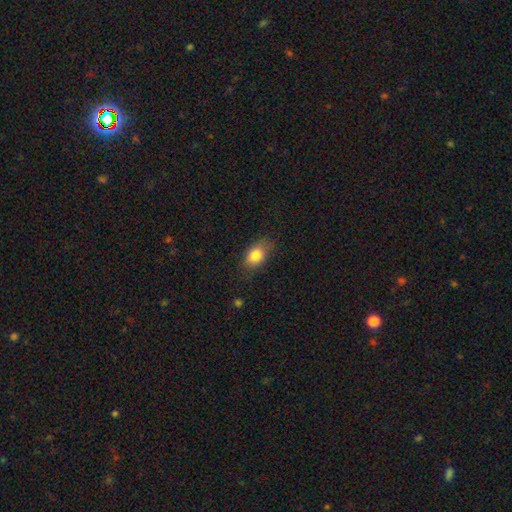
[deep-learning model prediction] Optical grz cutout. It shows a smooth galaxy with no disk features (82%) that is in between round and cigar-shaped (82%). Merging: none (74%).